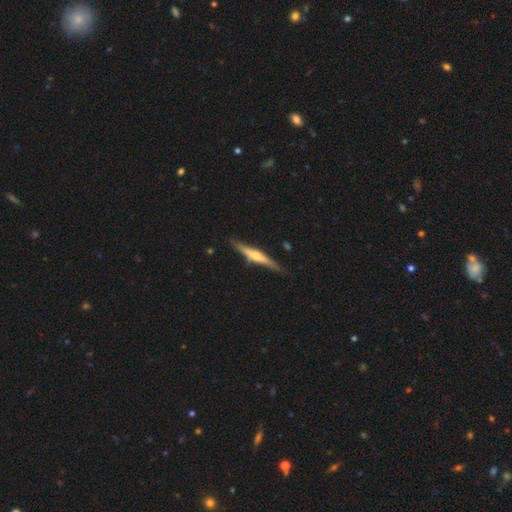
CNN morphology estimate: The model was most divided on "smooth or featured": featured or disk: 68%, smooth: 27%, star or artifact: 5%. More confident: edge-on disk — yes (97%); edge-on bulge — rounded (86%); merging — none (85%).